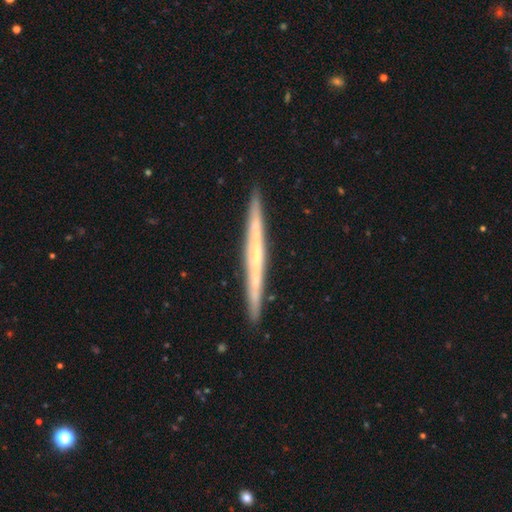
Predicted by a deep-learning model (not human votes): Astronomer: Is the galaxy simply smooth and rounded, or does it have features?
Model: featured or disk — 64%.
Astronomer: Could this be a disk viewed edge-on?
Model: yes — 97%.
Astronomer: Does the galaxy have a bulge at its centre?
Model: none — 81%.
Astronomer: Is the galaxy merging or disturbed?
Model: none — 91%.